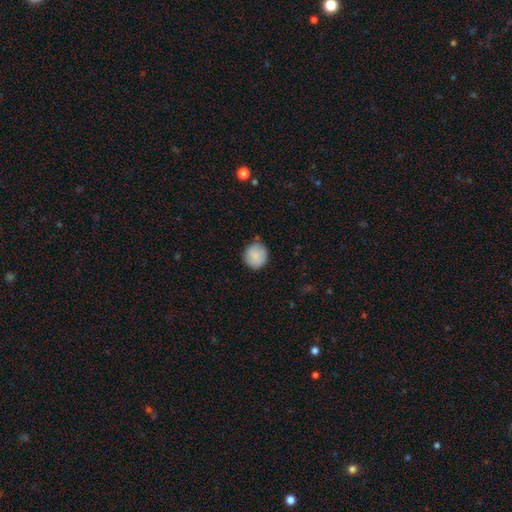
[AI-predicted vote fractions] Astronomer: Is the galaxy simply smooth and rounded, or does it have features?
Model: smooth — 87%.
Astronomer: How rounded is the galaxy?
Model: round — 88%.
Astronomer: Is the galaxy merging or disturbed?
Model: none — 82%.